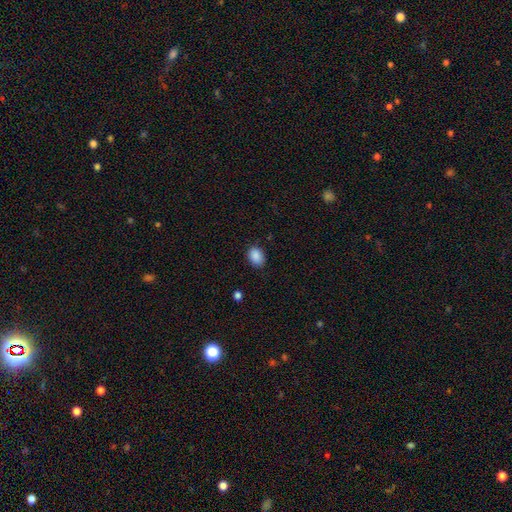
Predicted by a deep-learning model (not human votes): Smooth or featured?
  - smooth: 88% *
  - star or artifact: 8%
  - featured or disk: 3%
How rounded?
  - in between: 74% *
  - round: 25%
  - cigar-shaped: 1%
Merging?
  - none: 81% *
  - minor disturbance: 14%
  - major disturbance: 3%
  - merger: 1%